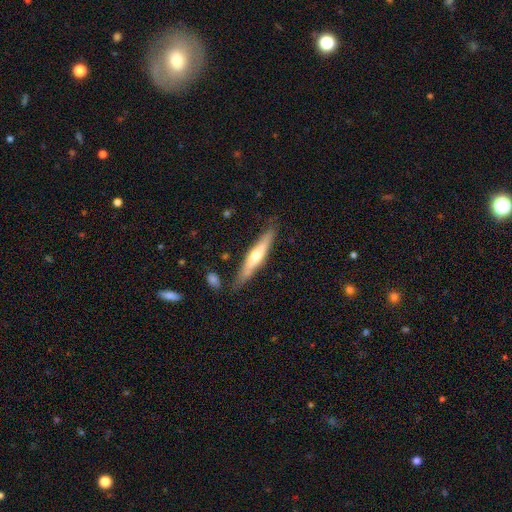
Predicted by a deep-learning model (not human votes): featured or disk 55%, smooth 40%, star or artifact 5%. Down the decision tree: edge-on disk — yes (92%); edge-on bulge — rounded (84%); merging — none (81%).